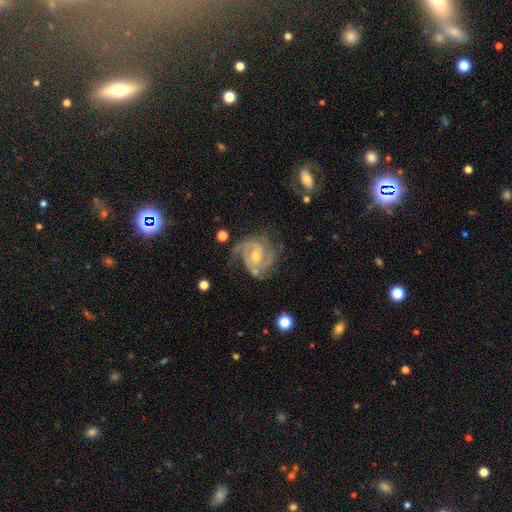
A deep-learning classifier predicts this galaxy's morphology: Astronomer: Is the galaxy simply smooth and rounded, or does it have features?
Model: featured or disk — 89%.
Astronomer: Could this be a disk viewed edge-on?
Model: no — 98%.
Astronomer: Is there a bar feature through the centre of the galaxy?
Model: weak — 45% (runner-up: no, 38%).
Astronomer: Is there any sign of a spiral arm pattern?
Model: yes — 98%.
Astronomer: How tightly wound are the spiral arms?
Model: tight — 46% (runner-up: medium, 45%).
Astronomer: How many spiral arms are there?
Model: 2 — 39% (runner-up: 3, 35%).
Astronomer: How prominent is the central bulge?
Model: small — 54% (runner-up: moderate, 42%).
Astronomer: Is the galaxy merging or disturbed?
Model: none — 69%.